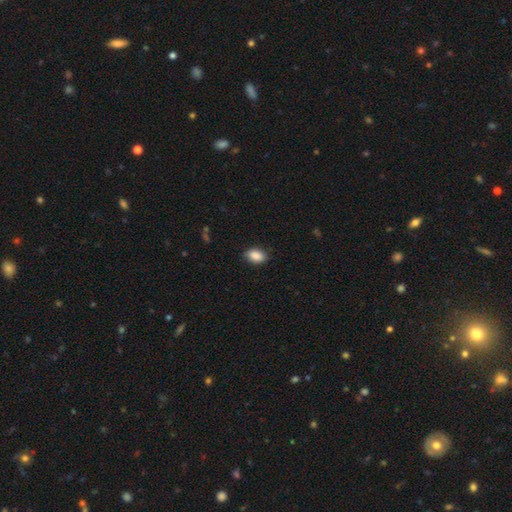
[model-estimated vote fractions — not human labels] smooth_or_featured: smooth (p=0.89) [alt: star or artifact p=0.07]
how_rounded: in between (p=0.87) [alt: round p=0.11]
merging: none (p=0.86) [alt: minor disturbance p=0.11]